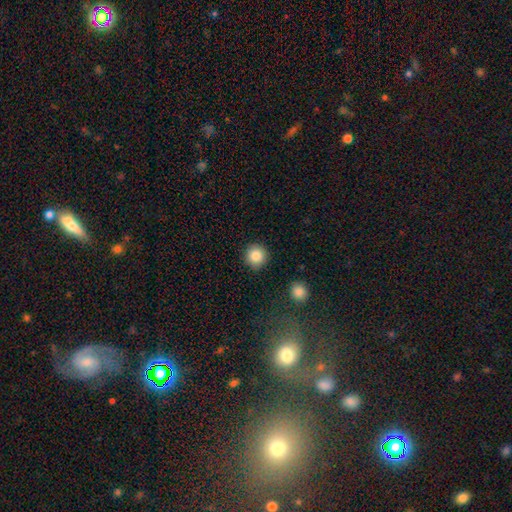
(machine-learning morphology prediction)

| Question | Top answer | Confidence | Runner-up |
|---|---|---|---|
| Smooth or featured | smooth | 86% | star or artifact (9%) |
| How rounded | round | 95% | in between (5%) |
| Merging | none | 90% | minor disturbance (6%) |